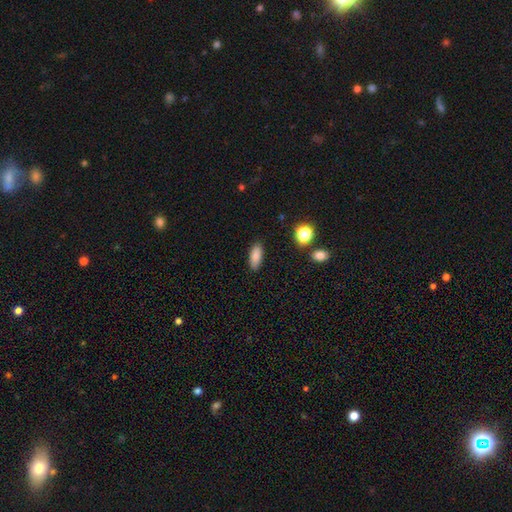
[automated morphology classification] type=smooth (85%); roundness=in between (78%); merging=none (87%).